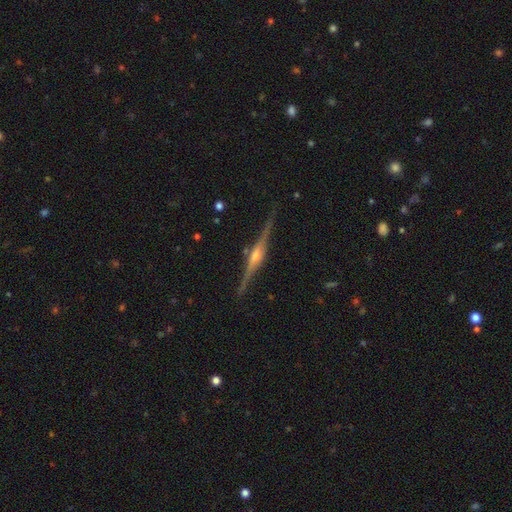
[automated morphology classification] type=featured or disk (86%); edge-on=yes (98%); edge-on bulge=rounded (81%); merging=none (87%).